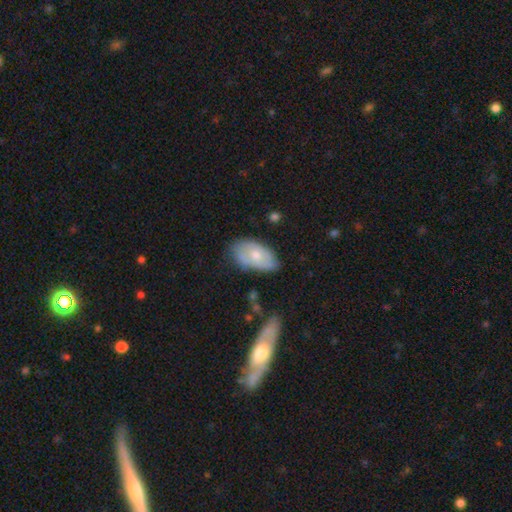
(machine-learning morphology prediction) Smooth or featured? smooth (58%)
How rounded? in between (93%)
Merging? none (64%)